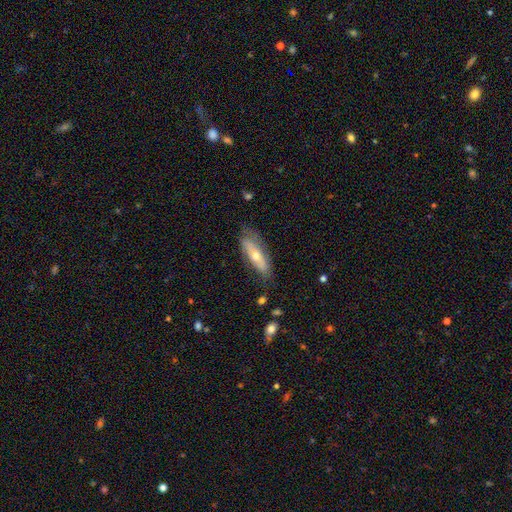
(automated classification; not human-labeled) Overall: smooth (48%; featured or disk 46%). Merging: none (67%).